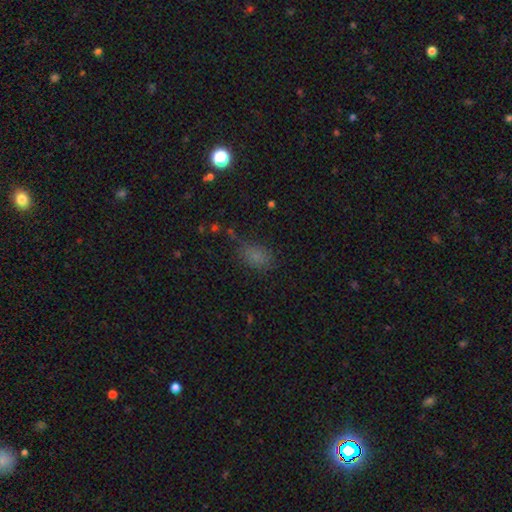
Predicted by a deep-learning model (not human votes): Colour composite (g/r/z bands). It shows a smooth galaxy with no disk features (73%) that is in between round and cigar-shaped (80%). Merging: none (66%).